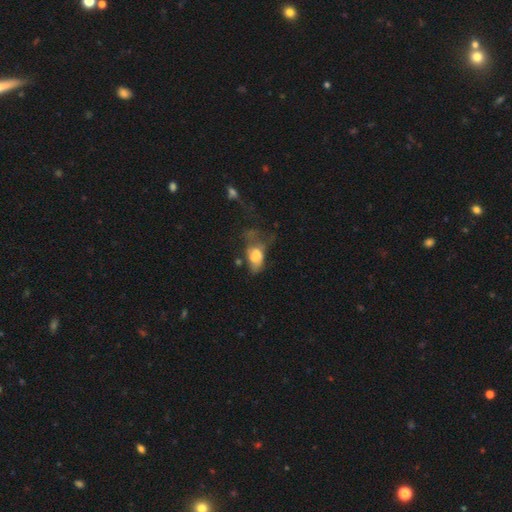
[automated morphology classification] smooth_or_featured: smooth (p=0.53) [alt: featured or disk p=0.35]
how_rounded: in between (p=0.83) [alt: round p=0.13]
merging: major disturbance (p=0.37) [alt: merger p=0.34]